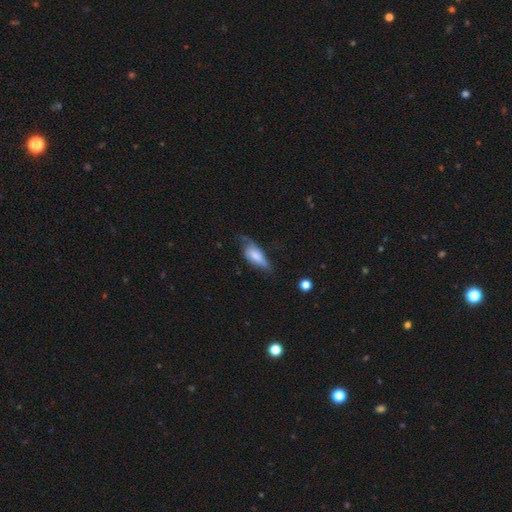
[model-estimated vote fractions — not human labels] smooth 62%, featured or disk 31%, star or artifact 7%. Down the decision tree: how rounded — in between (76%); merging — none (40%).